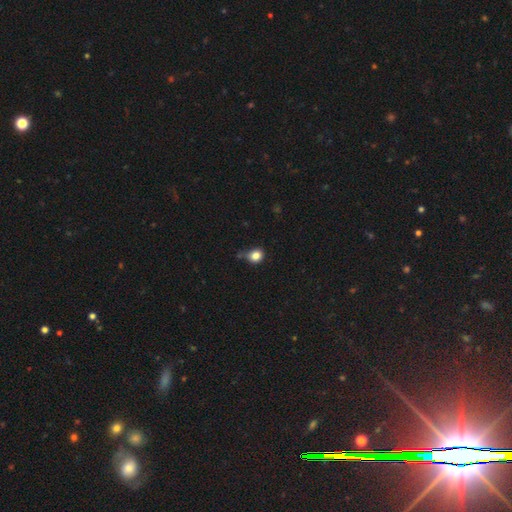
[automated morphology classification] type=smooth (83%); roundness=round (75%); merging=none (60%).